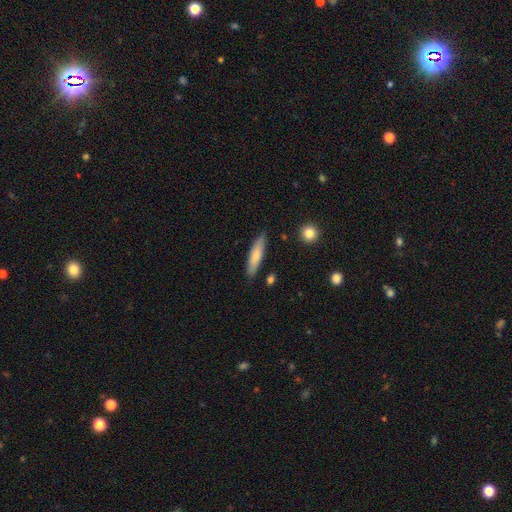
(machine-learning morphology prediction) This appears to be a smooth galaxy with no disk features (72%) that is cigar-shaped (75%). Merging: none (84%).